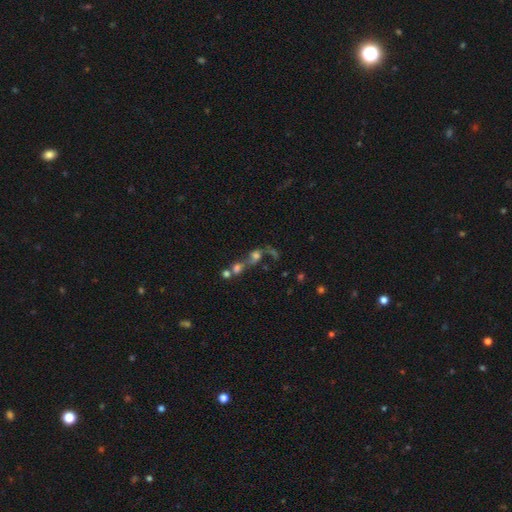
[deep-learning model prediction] Smooth or featured?
  - smooth: 48% *
  - featured or disk: 30%
  - star or artifact: 22%
Merging?
  - merger: 62% *
  - none: 19%
  - major disturbance: 13%
  - minor disturbance: 7%